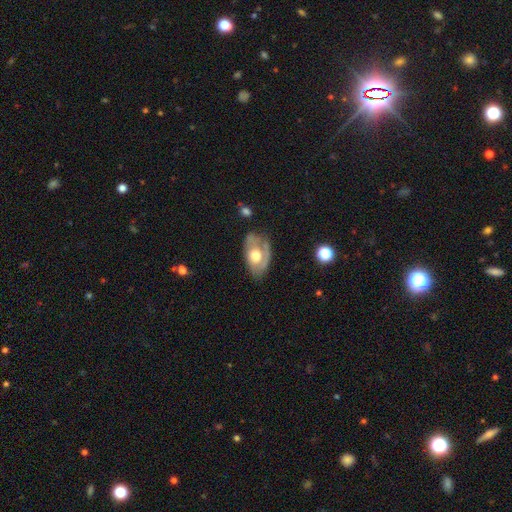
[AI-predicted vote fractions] Morphology: type=featured or disk (58%); edge-on=no (92%); bar=no (84%); spiral arms=yes (51%); bulge=moderate (62%); merging=none (51%).